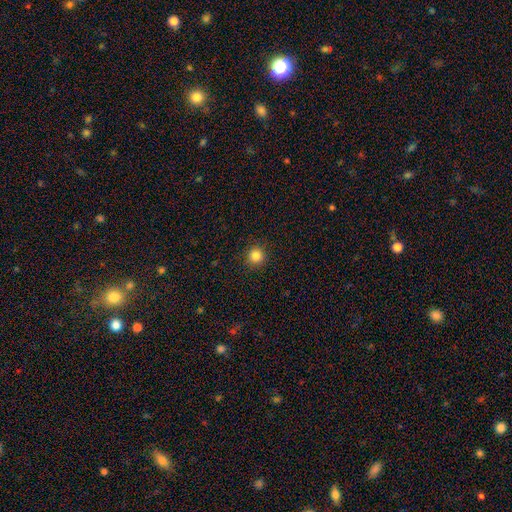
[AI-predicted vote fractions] This is clearly a smooth galaxy (84%). How rounded: clearly round (94%). Merging: clearly none (91%).